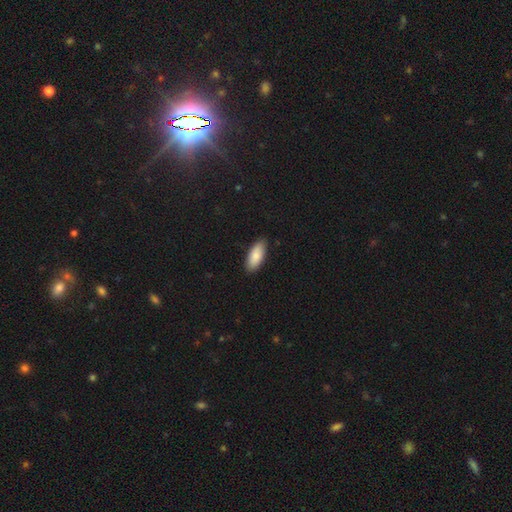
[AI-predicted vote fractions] This is clearly a smooth galaxy (85%). How rounded: clearly in between (84%). Merging: clearly none (87%).